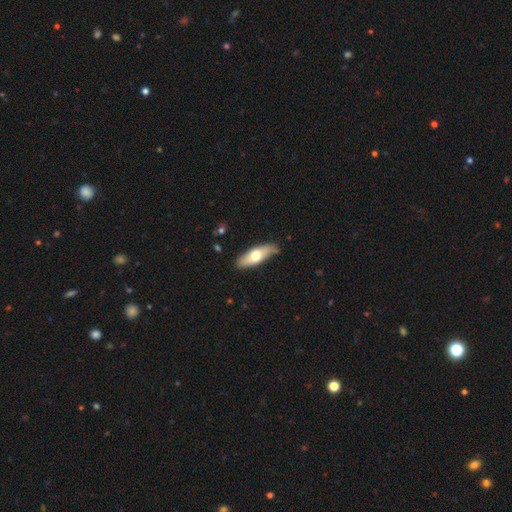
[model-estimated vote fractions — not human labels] This appears to be a smooth galaxy with no disk features (60%) that is in between round and cigar-shaped (62%). Merging: none (79%).